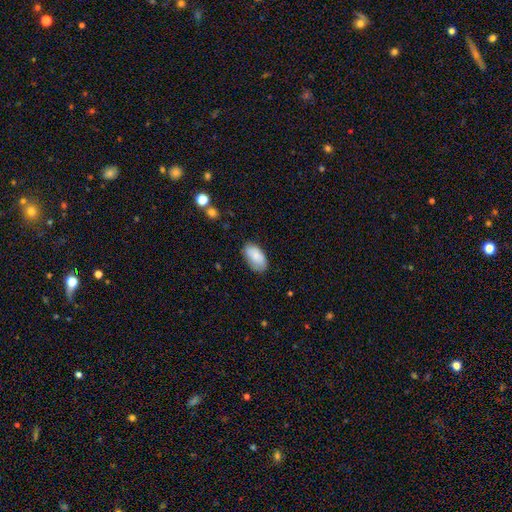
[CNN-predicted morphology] Smooth or featured? smooth (84%)
How rounded? in between (95%)
Merging? none (72%)